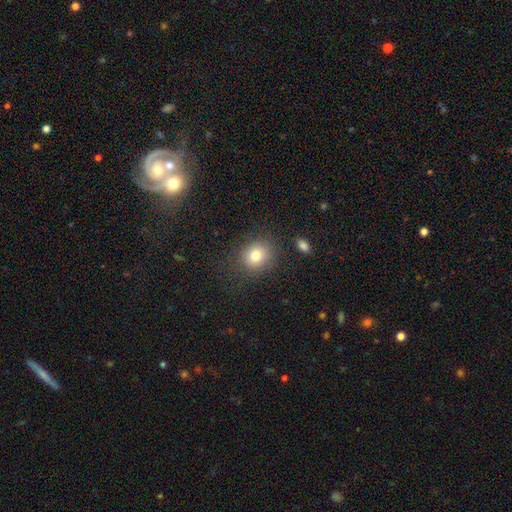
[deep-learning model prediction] This appears to be a smooth galaxy with no disk features (79%) that is round (72%). Merging: none (82%).